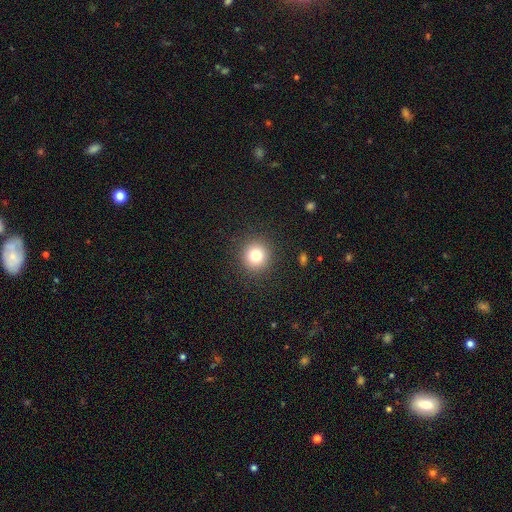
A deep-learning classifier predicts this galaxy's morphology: Smooth or featured?
  - smooth: 79% *
  - star or artifact: 13%
  - featured or disk: 8%
How rounded?
  - round: 92% *
  - in between: 7%
  - cigar-shaped: 1%
Merging?
  - none: 90% *
  - minor disturbance: 6%
  - major disturbance: 3%
  - merger: 1%